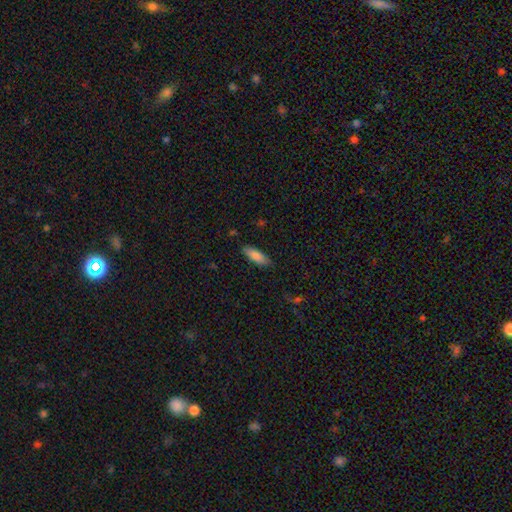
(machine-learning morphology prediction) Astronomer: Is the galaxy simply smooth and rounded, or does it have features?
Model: smooth — 83%.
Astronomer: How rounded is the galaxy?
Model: in between — 57% (runner-up: cigar-shaped, 41%).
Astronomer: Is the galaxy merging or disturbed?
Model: none — 84%.